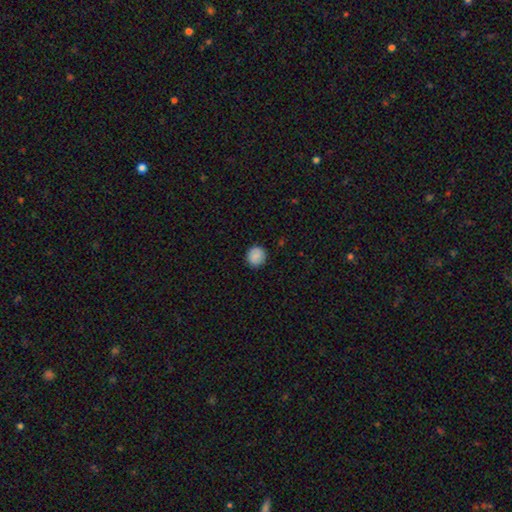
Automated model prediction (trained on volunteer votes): Q: Smooth or featured?
A: smooth (87%); runner-up: star or artifact (8%)
Q: How rounded?
A: round (90%); runner-up: in between (9%)
Q: Merging?
A: none (90%); runner-up: minor disturbance (7%)